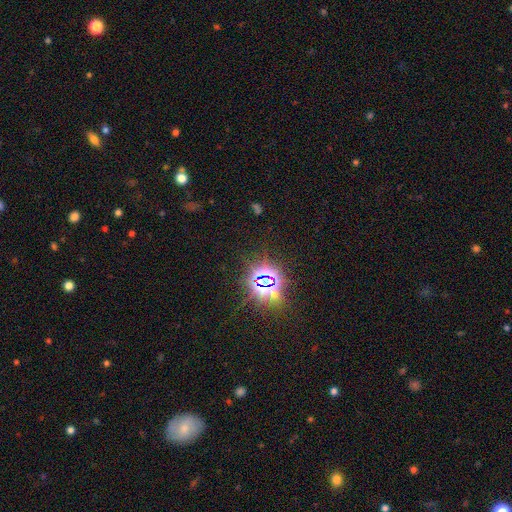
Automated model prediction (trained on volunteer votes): A star or artifact, not a galaxy (68%).

Vote fractions:
- Smooth or featured? star or artifact: 68% / smooth: 24% / featured or disk: 8%